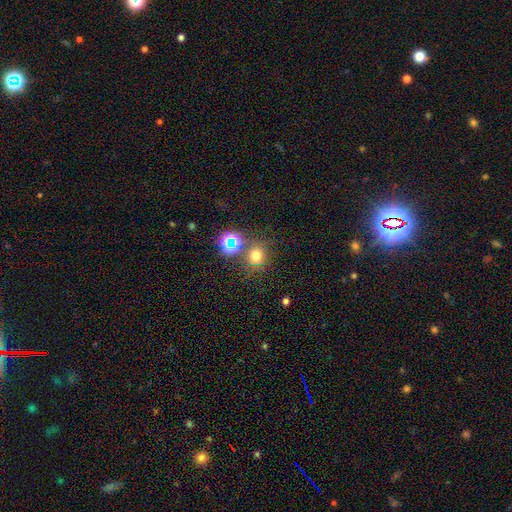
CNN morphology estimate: smooth 65%, star or artifact 27%, featured or disk 8%. Down the decision tree: how rounded — round (83%); merging — none (72%).